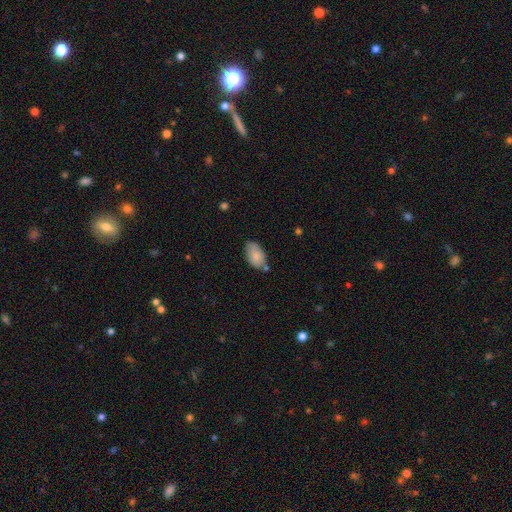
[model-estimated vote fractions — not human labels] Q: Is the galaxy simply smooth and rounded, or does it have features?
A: smooth — 83%.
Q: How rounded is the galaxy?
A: in between — 93%.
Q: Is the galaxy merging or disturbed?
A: none — 64%.